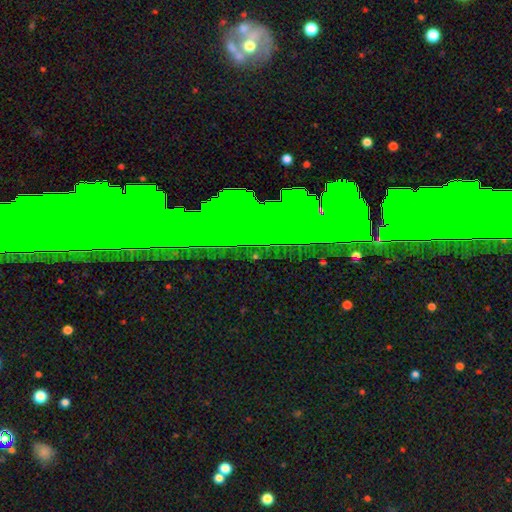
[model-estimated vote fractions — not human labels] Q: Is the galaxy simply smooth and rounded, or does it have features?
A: star or artifact — 75%.